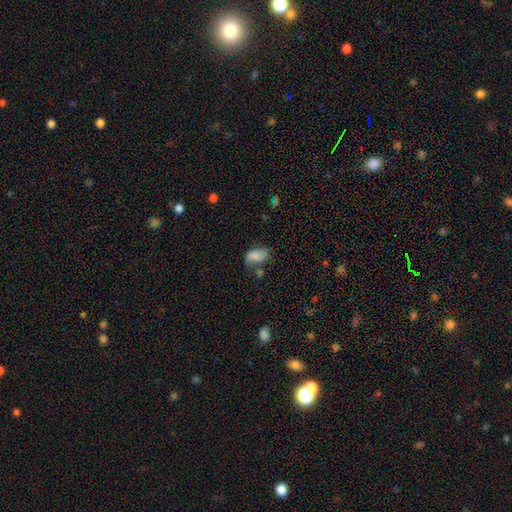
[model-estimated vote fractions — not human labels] smooth_or_featured: smooth (p=0.79) [alt: featured or disk p=0.12]
how_rounded: in between (p=0.92) [alt: round p=0.06]
merging: none (p=0.48) [alt: minor disturbance p=0.28]